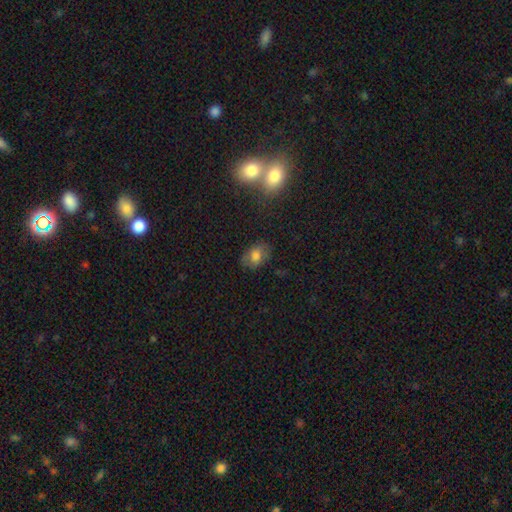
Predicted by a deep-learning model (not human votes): The model was most divided on "how rounded": in between: 77%, round: 22%, cigar-shaped: 1%. More confident: merging — none (76%); smooth or featured — smooth (71%).